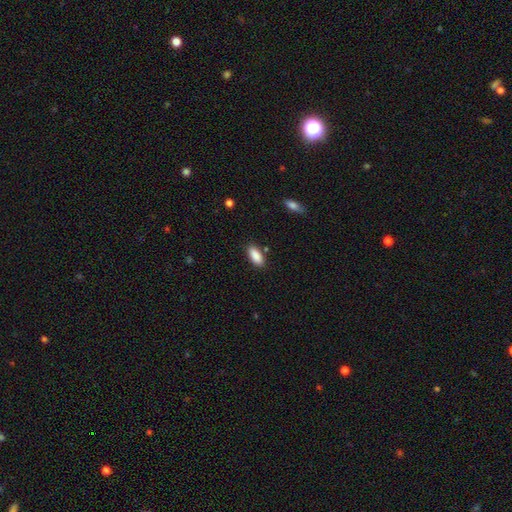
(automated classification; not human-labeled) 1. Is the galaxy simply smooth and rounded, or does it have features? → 89% smooth, 7% star or artifact, 4% featured or disk.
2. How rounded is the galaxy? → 86% in between, 12% cigar-shaped, 2% round.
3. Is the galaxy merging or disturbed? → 85% none, 11% minor disturbance, 2% major disturbance, 2% merger.